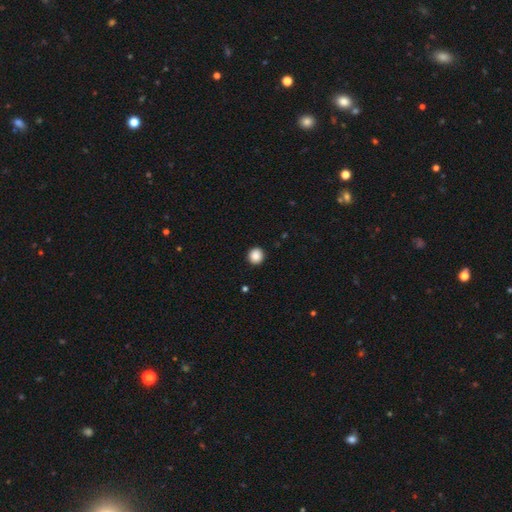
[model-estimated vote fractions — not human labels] Overall: smooth (87%). How rounded: round (94%). Merging: none (93%).